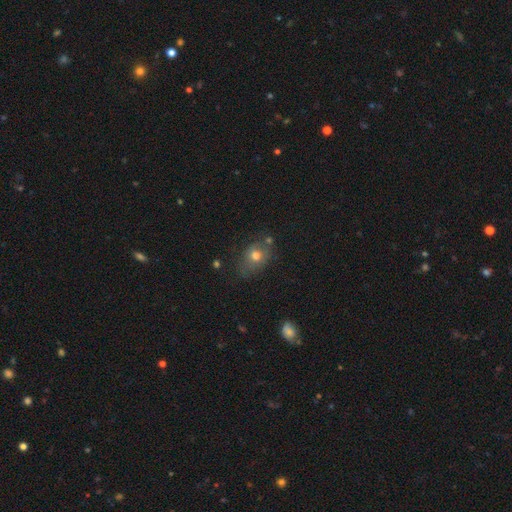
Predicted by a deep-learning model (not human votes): smooth 69%, featured or disk 19%, star or artifact 12%. Down the decision tree: how rounded — in between (59%); merging — none (62%).